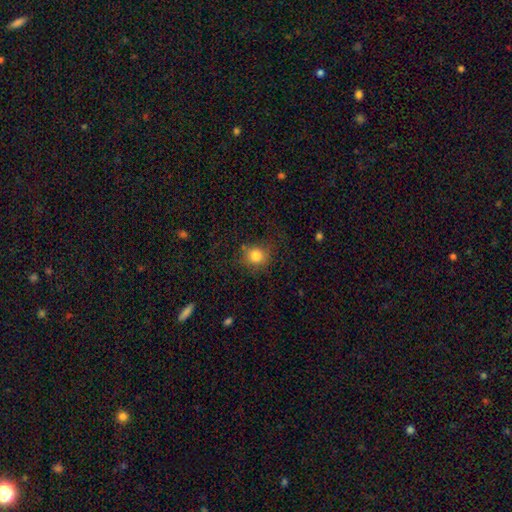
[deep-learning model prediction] Smooth or featured: smooth — 82% (star or artifact — 11%)
How rounded: round — 85% (in between — 14%)
Merging: none — 75% (minor disturbance — 16%)